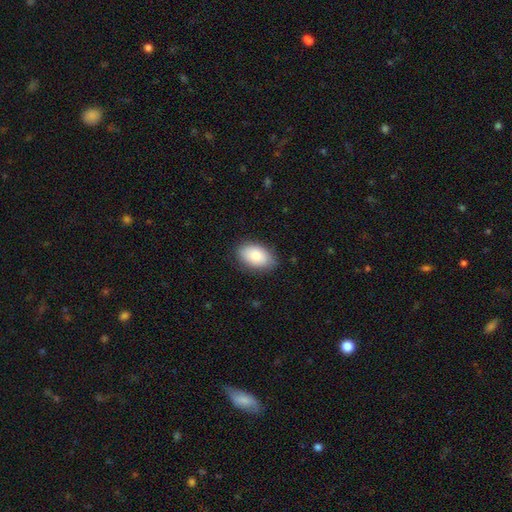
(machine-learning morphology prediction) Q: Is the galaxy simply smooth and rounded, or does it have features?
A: smooth — 83%.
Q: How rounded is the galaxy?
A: in between — 92%.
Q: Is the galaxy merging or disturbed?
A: none — 83%.